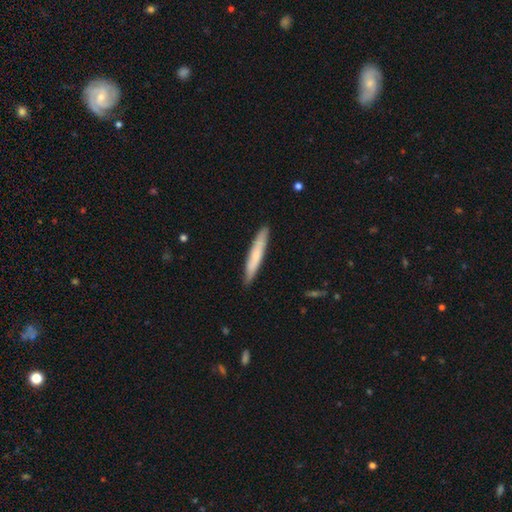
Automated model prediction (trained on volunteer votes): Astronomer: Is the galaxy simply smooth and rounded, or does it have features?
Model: smooth — 68%.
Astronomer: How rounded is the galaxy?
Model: cigar-shaped — 94%.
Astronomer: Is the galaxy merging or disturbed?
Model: none — 90%.